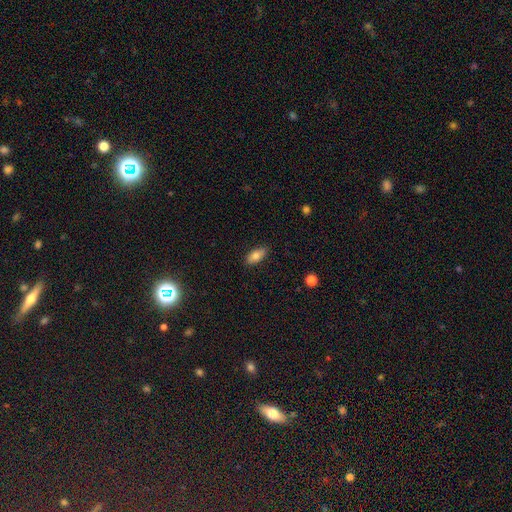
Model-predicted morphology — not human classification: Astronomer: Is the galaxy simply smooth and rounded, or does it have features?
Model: smooth — 79%.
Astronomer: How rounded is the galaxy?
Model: in between — 88%.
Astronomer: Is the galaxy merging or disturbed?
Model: none — 87%.